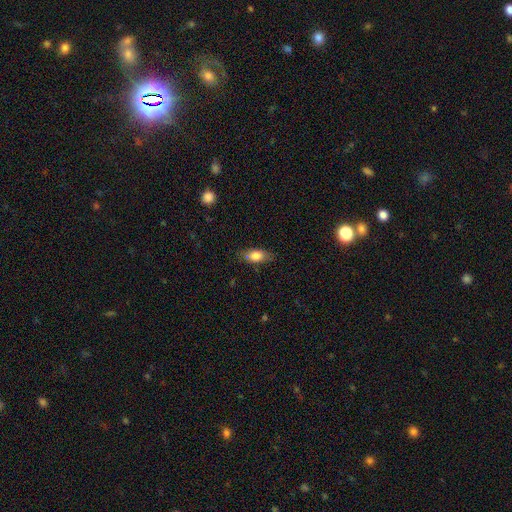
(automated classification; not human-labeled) Q: Smooth or featured?
A: smooth (78%); runner-up: featured or disk (14%)
Q: How rounded?
A: in between (82%); runner-up: cigar-shaped (11%)
Q: Merging?
A: none (80%); runner-up: minor disturbance (16%)